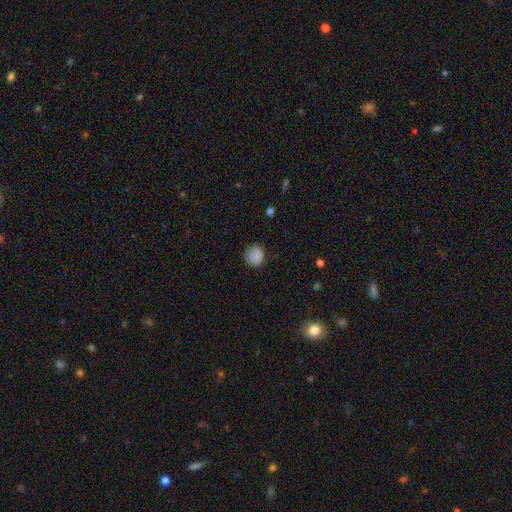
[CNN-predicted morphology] This is clearly a smooth galaxy (87%). How rounded: clearly round (90%). Merging: clearly none (84%).